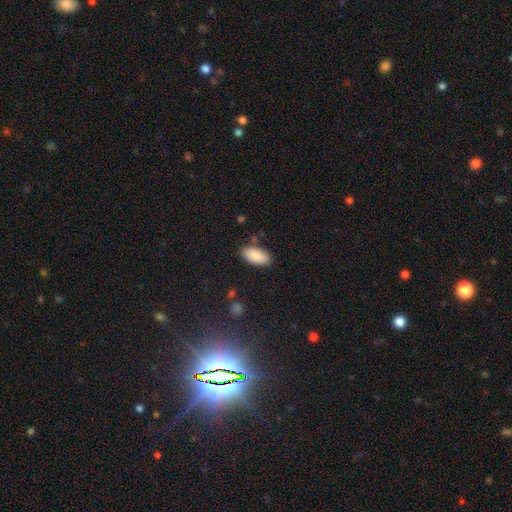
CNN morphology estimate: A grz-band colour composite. It shows a smooth galaxy with no disk features (88%) that is in between round and cigar-shaped (93%). Merging: none (82%).